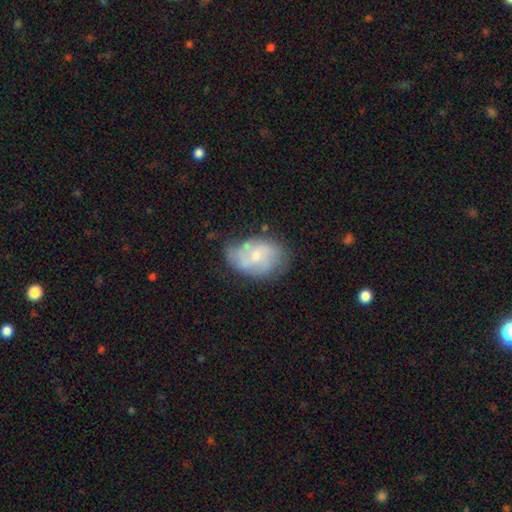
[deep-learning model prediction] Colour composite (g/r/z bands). It shows a featured or disk galaxy (55%) with no bar (54%), spiral arms (72%) and a small central bulge (61%). Merging: none (56%).